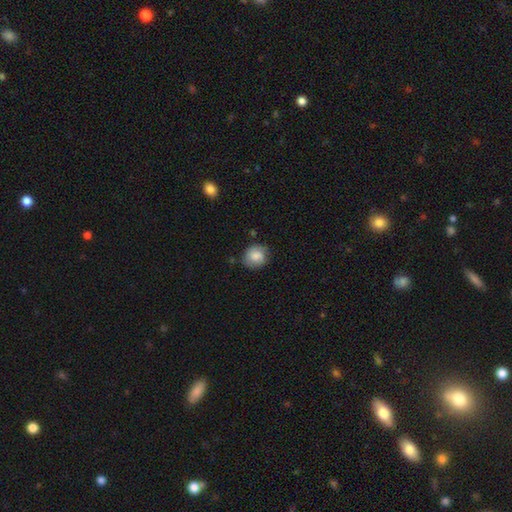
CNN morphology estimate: Smooth or featured? smooth (80%)
How rounded? round (78%)
Merging? none (71%)